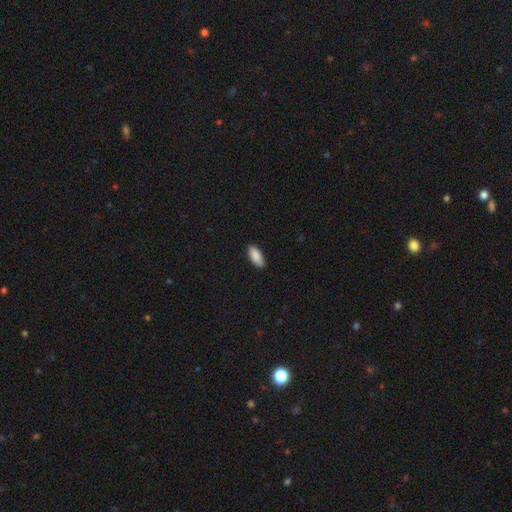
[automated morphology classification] Overall: smooth (90%). How rounded: in between (84%). Merging: none (88%).